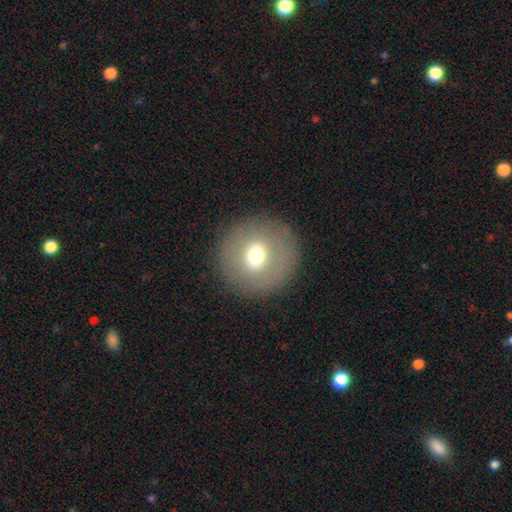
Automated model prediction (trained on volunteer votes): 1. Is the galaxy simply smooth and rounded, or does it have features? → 60% smooth, 29% featured or disk, 11% star or artifact.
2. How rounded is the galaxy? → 92% round, 7% in between, 1% cigar-shaped.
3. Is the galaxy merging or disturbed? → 88% none, 7% minor disturbance, 4% major disturbance, 1% merger.